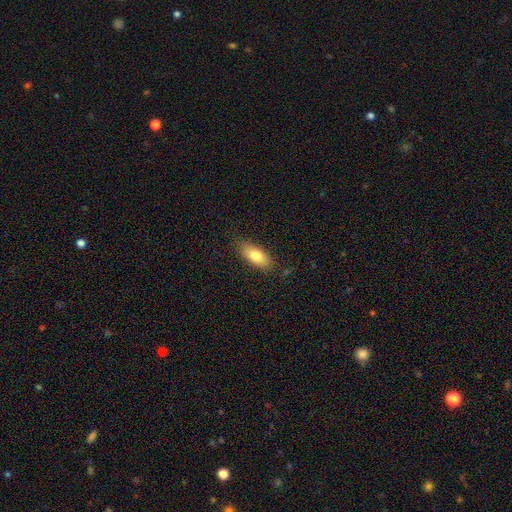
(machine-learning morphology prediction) This appears to be a smooth galaxy with no disk features (80%) that is in between round and cigar-shaped (85%). Merging: none (82%).